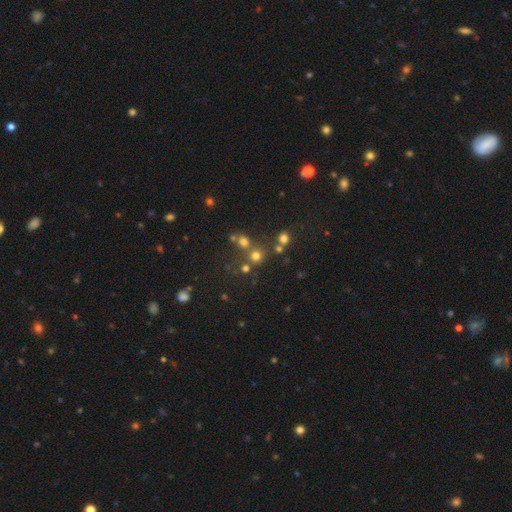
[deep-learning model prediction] Q: Smooth or featured?
A: smooth (66%); runner-up: star or artifact (25%)
Q: How rounded?
A: round (89%); runner-up: in between (10%)
Q: Merging?
A: none (66%); runner-up: merger (23%)